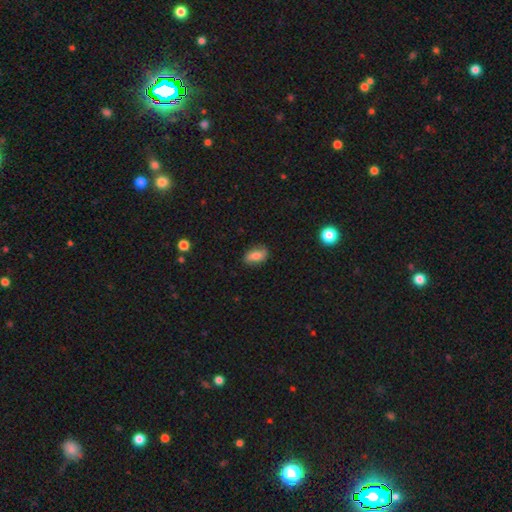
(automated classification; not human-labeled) This is likely a smooth galaxy (69%). How rounded: clearly in between (87%). Merging: clearly none (80%).